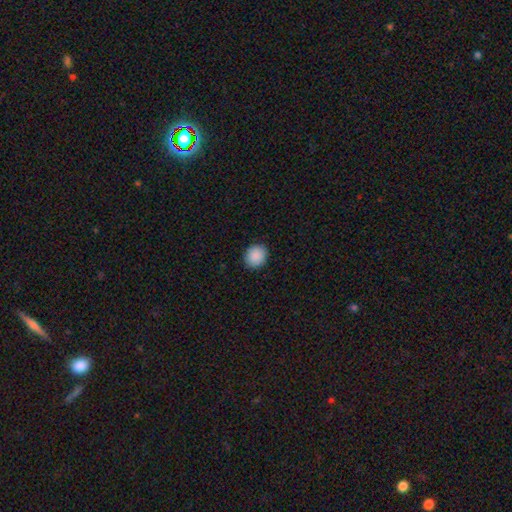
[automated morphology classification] This is clearly a smooth galaxy (90%). How rounded: clearly round (83%). Merging: clearly none (90%).